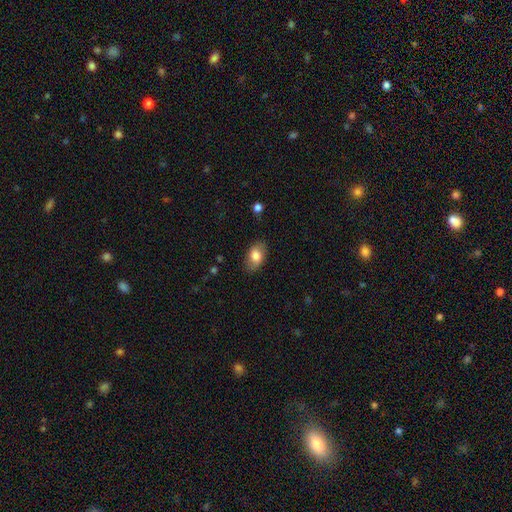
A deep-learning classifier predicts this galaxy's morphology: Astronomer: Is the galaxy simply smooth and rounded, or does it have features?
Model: smooth — 80%.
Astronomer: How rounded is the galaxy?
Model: in between — 90%.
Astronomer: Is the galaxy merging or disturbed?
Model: none — 82%.